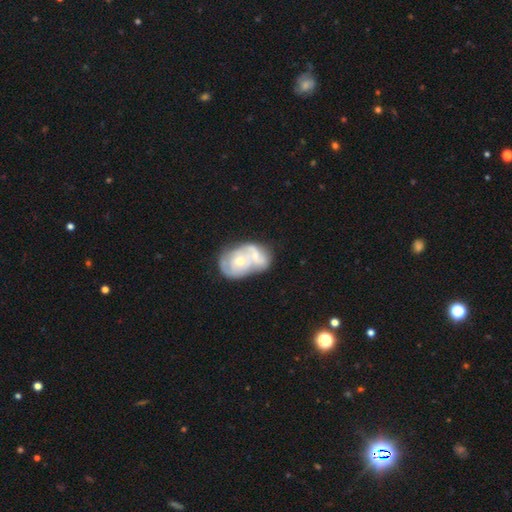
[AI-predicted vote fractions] A featured or disk galaxy (64%) with no bar (80%), spiral arms (53%) and a moderate central bulge (61%). Merging: merger (75%).